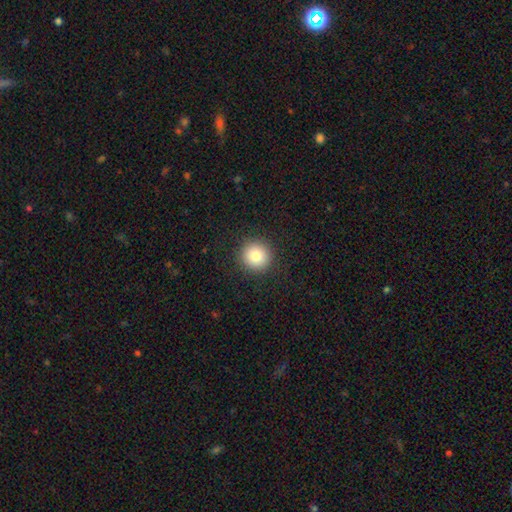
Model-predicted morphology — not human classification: Q: Smooth or featured?
A: smooth (83%); runner-up: star or artifact (10%)
Q: How rounded?
A: round (94%); runner-up: in between (5%)
Q: Merging?
A: none (91%); runner-up: minor disturbance (6%)